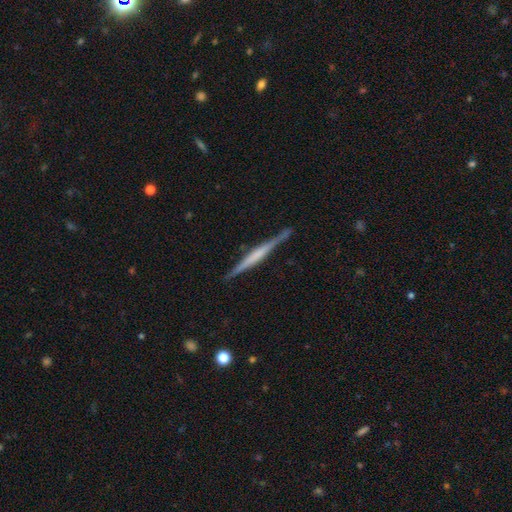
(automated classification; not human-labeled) A featured or disk galaxy (72%) viewed edge-on (98%) with no central bulge (41%).

Vote fractions:
- Smooth or featured? featured or disk: 72% / smooth: 23% / star or artifact: 5%
- Edge-on disk? yes: 98% / no: 2%
- Edge-on bulge? none: 41% / boxy: 31% / rounded: 29%
- Merging? none: 88% / minor disturbance: 8% / major disturbance: 2% / merger: 1%